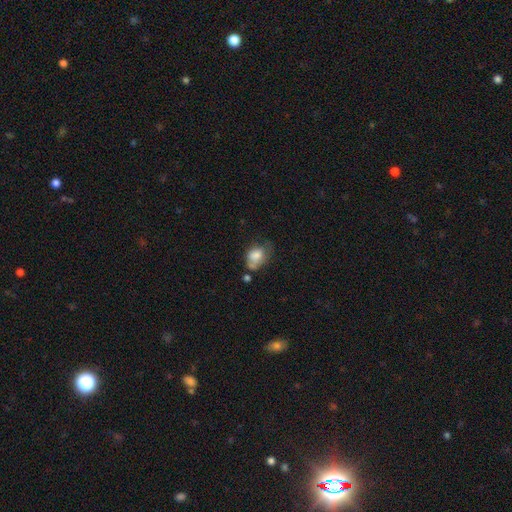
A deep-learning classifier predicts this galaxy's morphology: type=smooth (75%); roundness=in between (70%); merging=minor disturbance (33%).